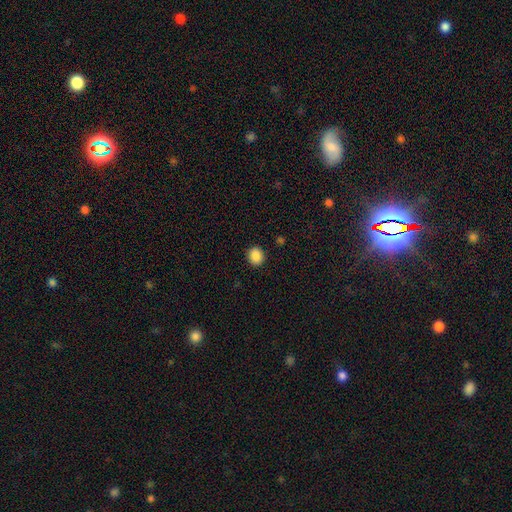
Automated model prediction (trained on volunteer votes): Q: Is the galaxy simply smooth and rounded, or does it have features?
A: smooth — 88%.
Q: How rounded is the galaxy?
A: round — 73%.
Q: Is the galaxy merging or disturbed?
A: none — 90%.